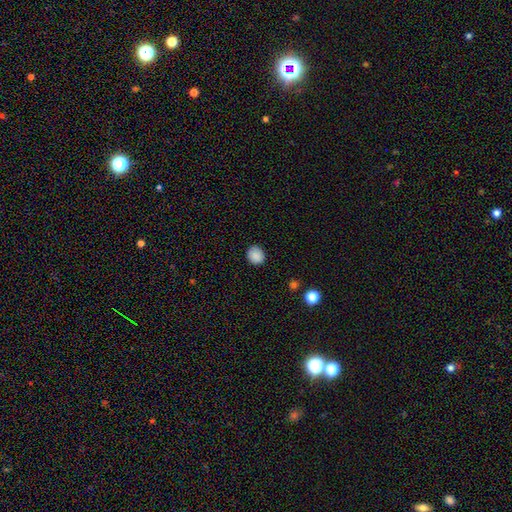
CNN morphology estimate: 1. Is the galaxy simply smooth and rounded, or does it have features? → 88% smooth, 9% star or artifact, 3% featured or disk.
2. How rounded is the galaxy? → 80% round, 19% in between, 1% cigar-shaped.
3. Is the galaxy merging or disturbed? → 88% none, 9% minor disturbance, 2% major disturbance, 1% merger.